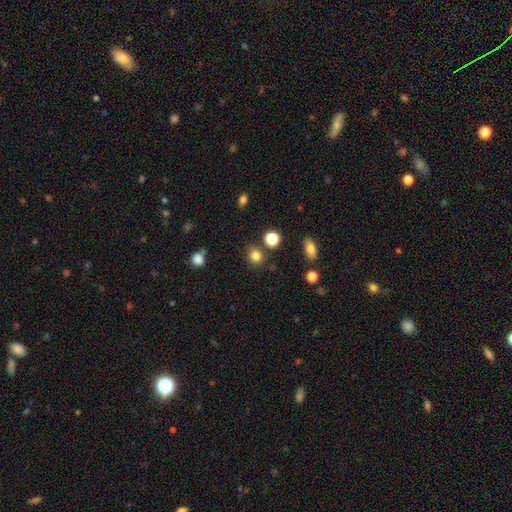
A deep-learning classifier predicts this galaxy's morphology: Smooth or featured? Predicted: smooth (p=0.82). How rounded? Predicted: round (p=0.81). Merging? Predicted: none (p=0.81).